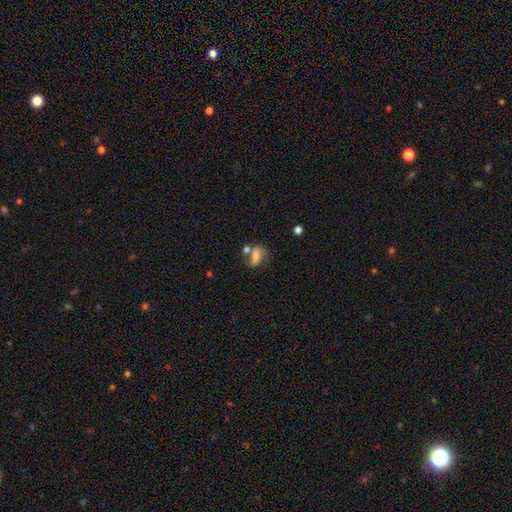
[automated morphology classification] Smooth or featured?
  - featured or disk: 46% *
  - smooth: 43%
  - star or artifact: 11%
Merging?
  - none: 43% *
  - merger: 25%
  - minor disturbance: 19%
  - major disturbance: 13%